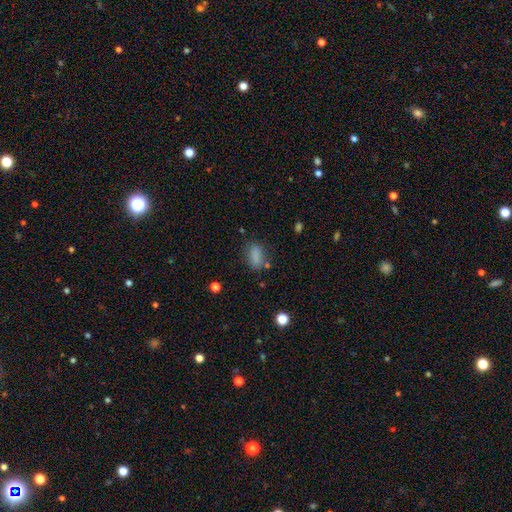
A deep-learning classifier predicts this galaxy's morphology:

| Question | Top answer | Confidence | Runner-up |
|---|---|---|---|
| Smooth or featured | smooth | 82% | star or artifact (11%) |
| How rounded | in between | 81% | cigar-shaped (12%) |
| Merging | none | 71% | minor disturbance (17%) |